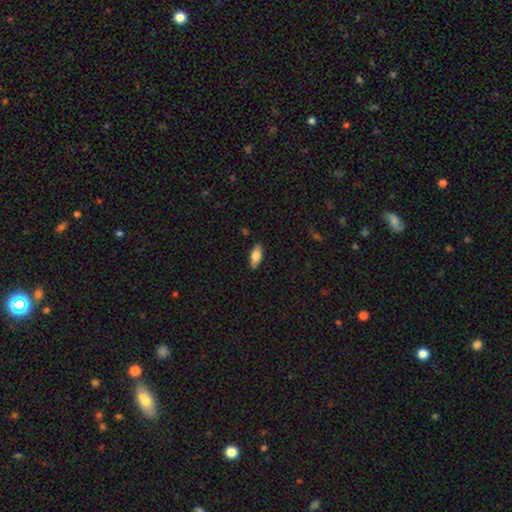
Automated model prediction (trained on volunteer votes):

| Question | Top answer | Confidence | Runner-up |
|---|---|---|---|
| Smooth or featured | smooth | 79% | featured or disk (15%) |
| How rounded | in between | 83% | cigar-shaped (14%) |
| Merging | none | 85% | minor disturbance (12%) |